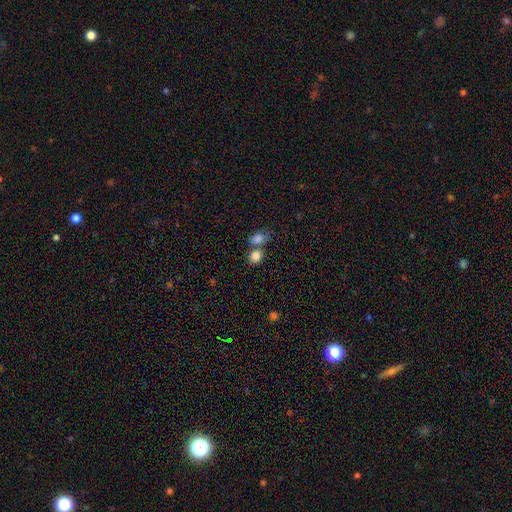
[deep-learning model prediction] smooth-or-featured: smooth: 83% | star or artifact: 11% | featured or disk: 6%
  how-rounded: round: 58% | in between: 41% | cigar-shaped: 1%
  merging: none: 51% | merger: 35% | minor disturbance: 10% | major disturbance: 4%